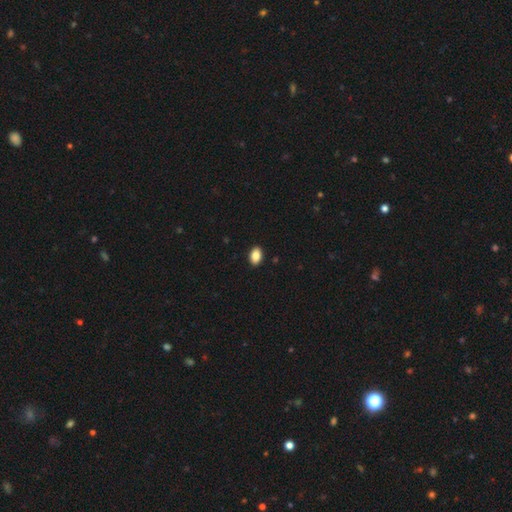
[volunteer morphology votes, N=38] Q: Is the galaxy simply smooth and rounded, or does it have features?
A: smooth — 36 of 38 (95%).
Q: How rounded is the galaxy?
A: in between — 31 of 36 (86%).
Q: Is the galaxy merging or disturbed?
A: none — 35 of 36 (97%).